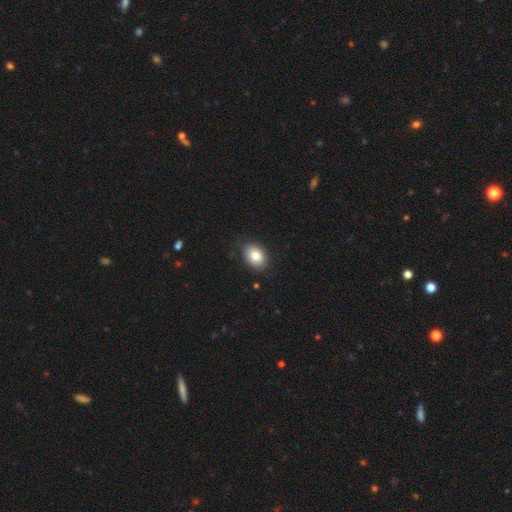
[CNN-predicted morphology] Overall: smooth (81%). How rounded: in between (69%; round 30%). Merging: none (82%).